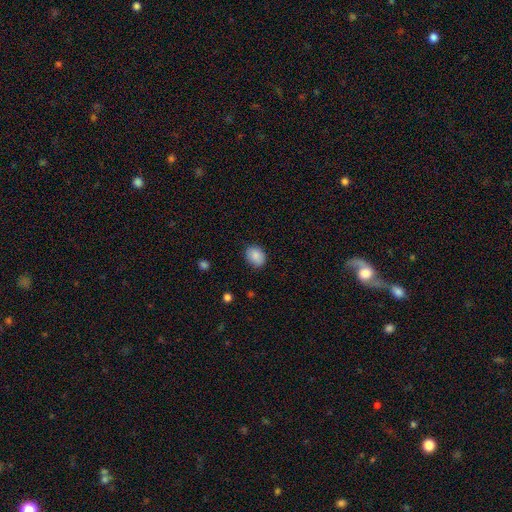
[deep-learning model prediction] Overall: smooth (88%). How rounded: in between (61%; round 38%). Merging: none (85%).